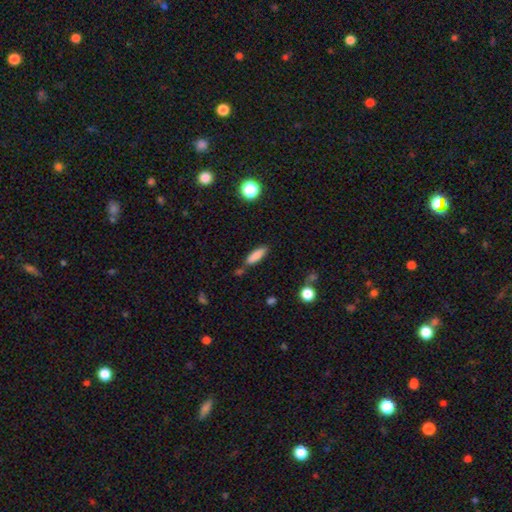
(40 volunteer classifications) smooth_or_featured: smooth (p=0.85) [alt: featured or disk p=0.10]
how_rounded: in between (p=0.74) [alt: cigar-shaped p=0.21]
merging: none (p=0.79) [alt: minor disturbance p=0.08]